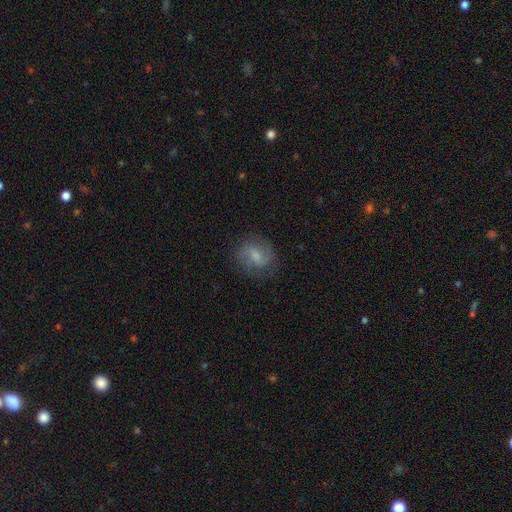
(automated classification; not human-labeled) A featured or disk galaxy (55%) with a weak bar (53%), spiral arms (88%) and a moderate central bulge (39%). Merging: none (77%).